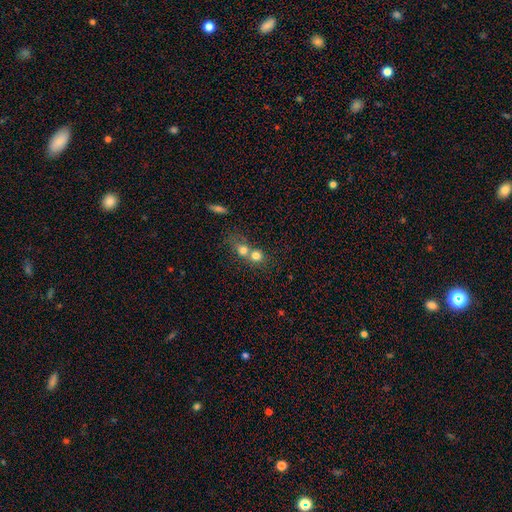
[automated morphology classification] smooth 73%, featured or disk 15%, star or artifact 12%. Down the decision tree: how rounded — round (79%); merging — merger (64%).